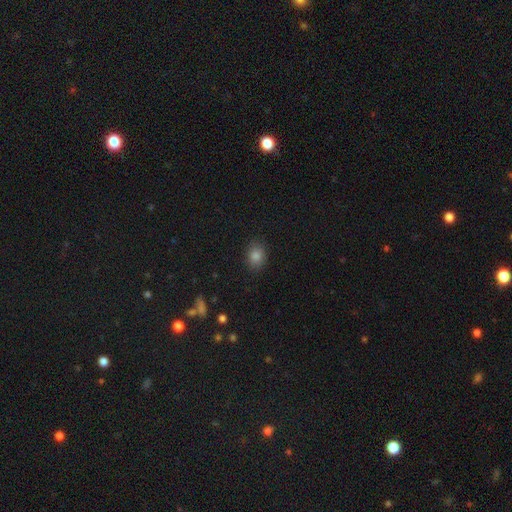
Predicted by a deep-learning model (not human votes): Smooth or featured: smooth — 82% (star or artifact — 12%)
How rounded: in between — 62% (round — 36%)
Merging: none — 86% (minor disturbance — 10%)